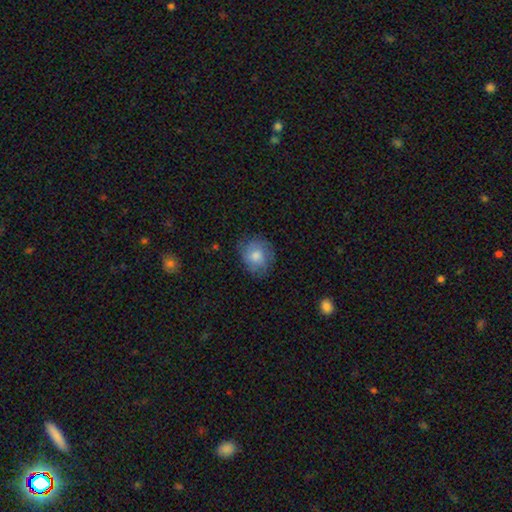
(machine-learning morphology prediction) smooth_or_featured: smooth (p=0.71) [alt: featured or disk p=0.21]
how_rounded: round (p=0.71) [alt: in between p=0.28]
merging: none (p=0.73) [alt: minor disturbance p=0.20]